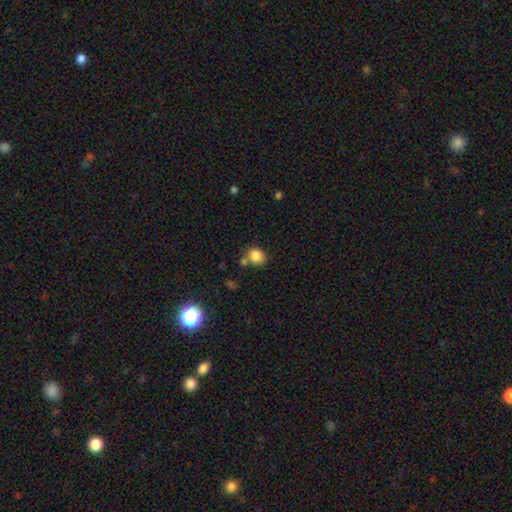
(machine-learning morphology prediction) type=smooth (84%); roundness=round (68%); merging=none (60%).